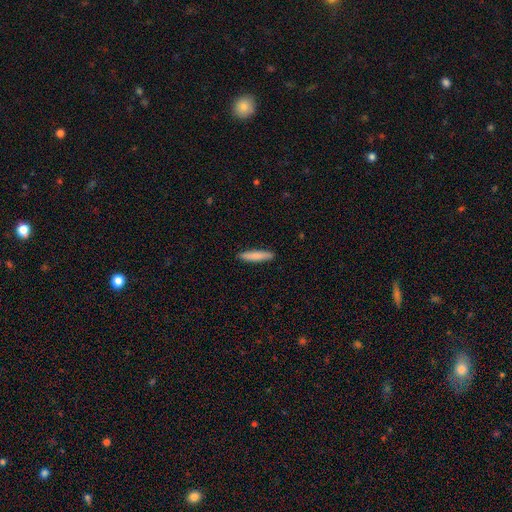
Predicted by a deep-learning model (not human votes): This is clearly a smooth galaxy (83%). How rounded: clearly cigar-shaped (88%). Merging: clearly none (91%).